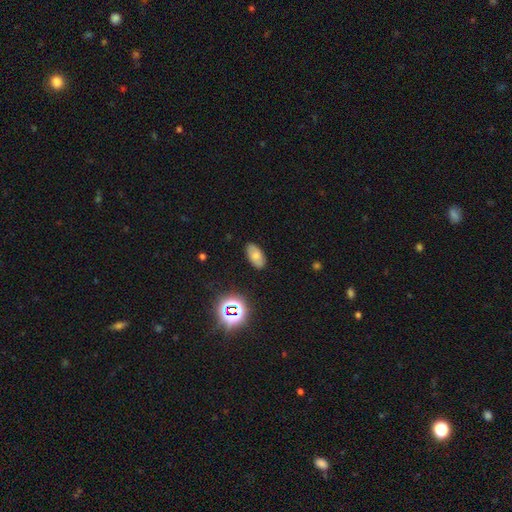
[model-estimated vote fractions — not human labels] Morphology: type=smooth (68%); roundness=in between (93%); merging=none (86%).